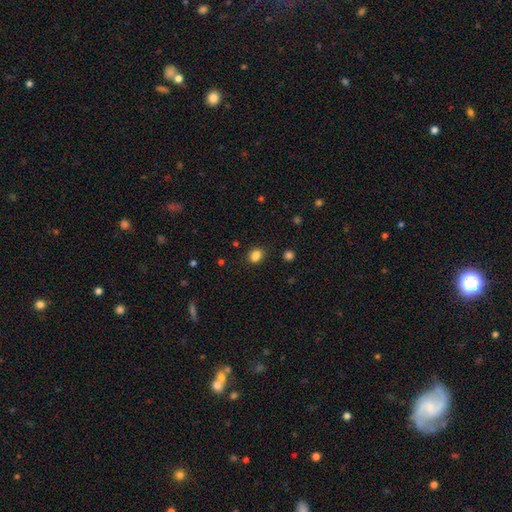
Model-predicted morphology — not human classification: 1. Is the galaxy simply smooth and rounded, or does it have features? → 83% smooth, 13% star or artifact, 5% featured or disk.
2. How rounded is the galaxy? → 52% in between, 47% round, 1% cigar-shaped.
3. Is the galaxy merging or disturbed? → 75% none, 14% minor disturbance, 8% merger, 4% major disturbance.